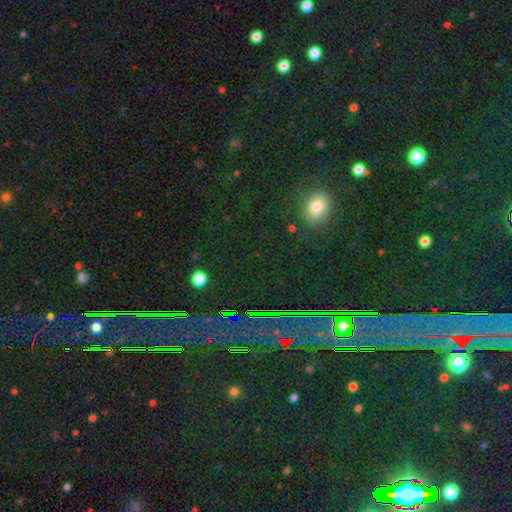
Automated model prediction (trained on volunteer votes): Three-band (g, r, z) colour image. It shows a star or artifact, not a galaxy (48%).